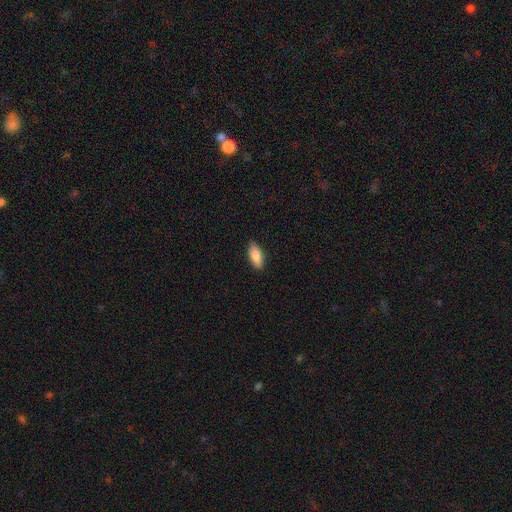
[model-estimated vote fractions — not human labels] A smooth galaxy with no disk features (81%) that is in between round and cigar-shaped (79%).

Vote fractions:
- Smooth or featured? smooth: 81% / featured or disk: 13% / star or artifact: 6%
- How rounded? in between: 79% / cigar-shaped: 18% / round: 2%
- Merging? none: 89% / minor disturbance: 9% / major disturbance: 2% / merger: 1%